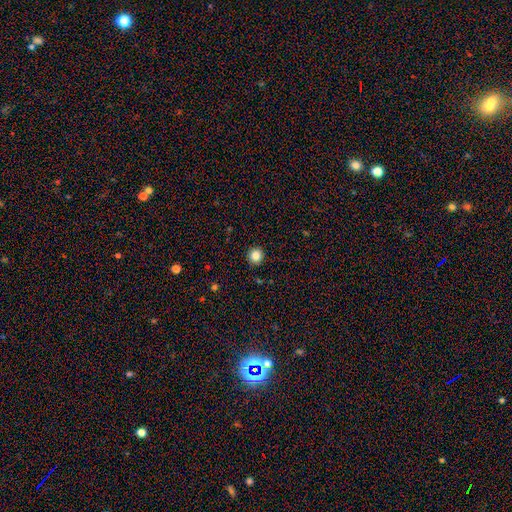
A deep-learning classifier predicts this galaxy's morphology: Smooth or featured? Predicted: smooth (p=0.84). How rounded? Predicted: round (p=0.95). Merging? Predicted: none (p=0.92).